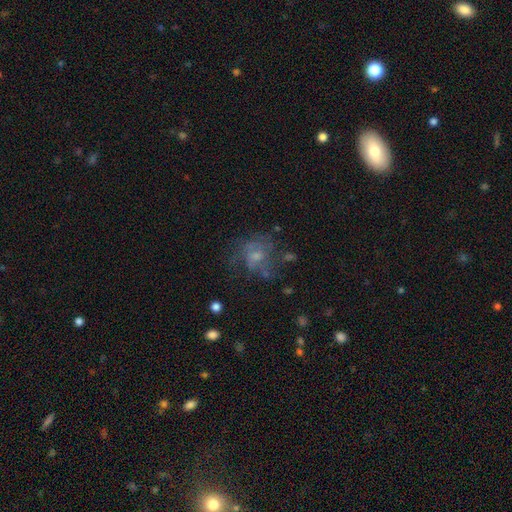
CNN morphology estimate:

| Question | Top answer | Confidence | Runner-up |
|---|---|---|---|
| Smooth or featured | featured or disk | 51% | smooth (35%) |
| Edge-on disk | no | 97% | yes (3%) |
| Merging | none | 46% | major disturbance (29%) |